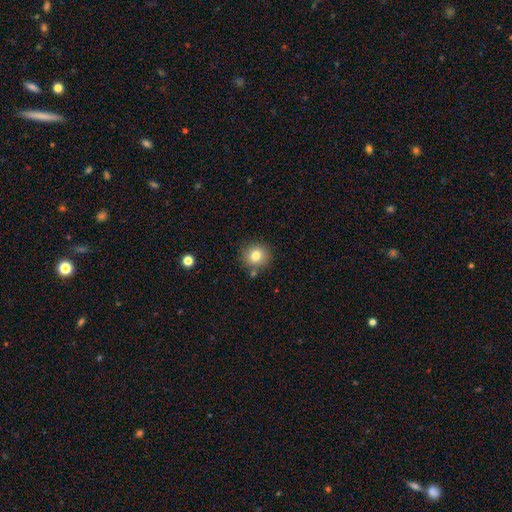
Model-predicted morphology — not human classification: Smooth or featured? smooth (80%)
How rounded? round (88%)
Merging? none (82%)